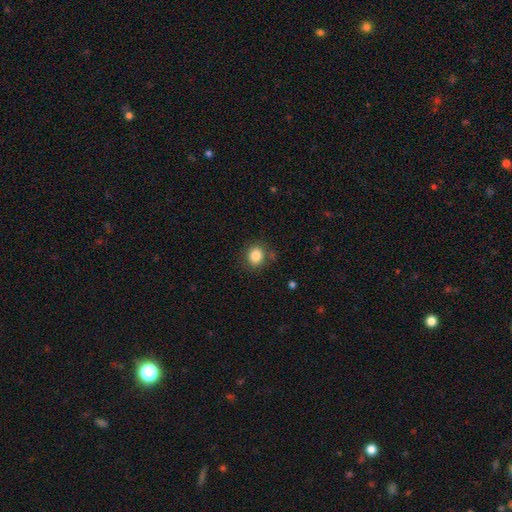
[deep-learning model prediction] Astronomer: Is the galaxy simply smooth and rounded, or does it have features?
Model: smooth — 84%.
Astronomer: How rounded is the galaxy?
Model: round — 71%.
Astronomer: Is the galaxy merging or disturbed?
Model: none — 80%.